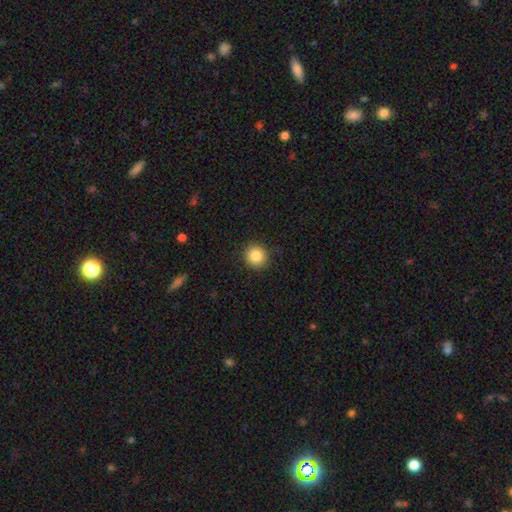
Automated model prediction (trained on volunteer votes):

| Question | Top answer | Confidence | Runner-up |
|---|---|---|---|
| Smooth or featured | smooth | 86% | star or artifact (9%) |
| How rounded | round | 93% | in between (6%) |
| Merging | none | 91% | minor disturbance (6%) |